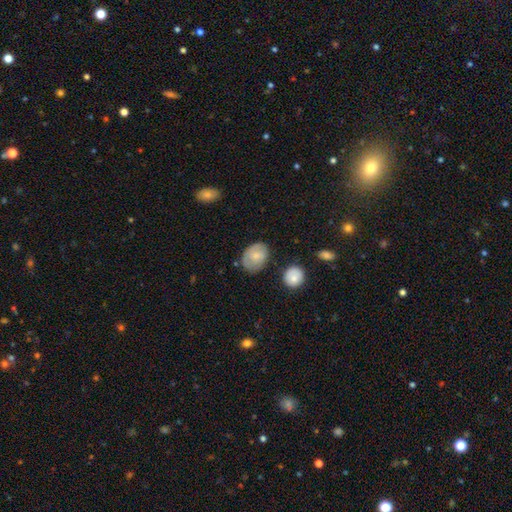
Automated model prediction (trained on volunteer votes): Morphology: type=smooth (59%); roundness=in between (65%); merging=none (66%).